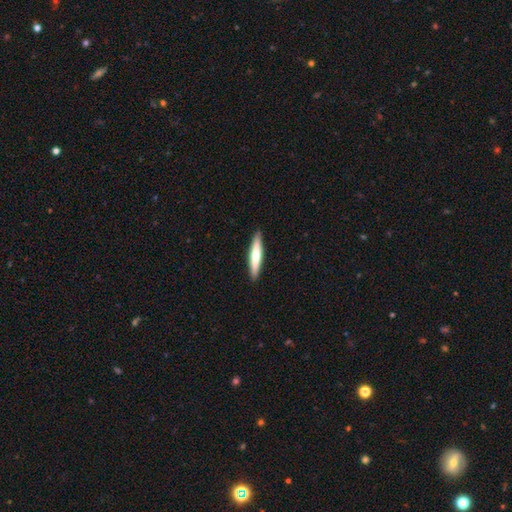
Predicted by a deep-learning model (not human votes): The model was most divided on "smooth or featured": smooth: 62%, featured or disk: 33%, star or artifact: 5%. More confident: merging — none (91%); how rounded — cigar-shaped (91%).